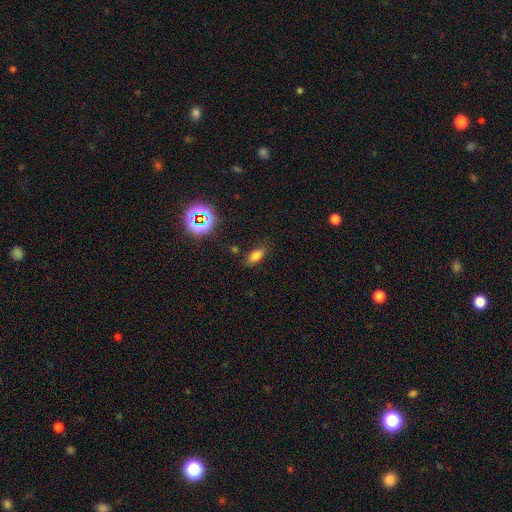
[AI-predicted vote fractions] smooth_or_featured: smooth (p=0.75) [alt: star or artifact p=0.15]
how_rounded: in between (p=0.82) [alt: cigar-shaped p=0.11]
merging: none (p=0.80) [alt: minor disturbance p=0.14]